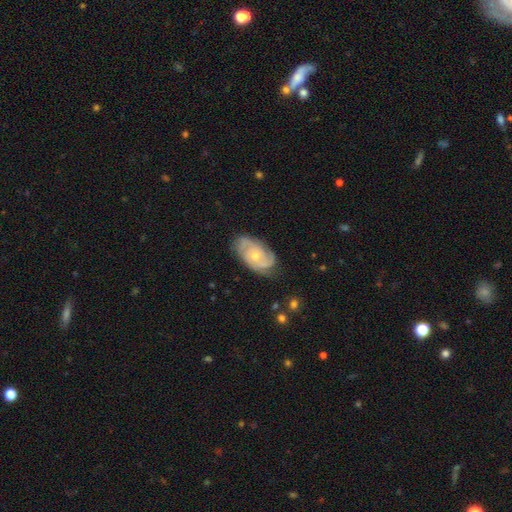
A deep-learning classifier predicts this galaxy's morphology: featured or disk 83%, smooth 12%, star or artifact 5%. Down the decision tree: edge-on disk — no (96%); bar — no (73%); spiral arms — yes (96%); spiral arm count — 2 (36%); spiral winding — tight (59%); bulge size — small (54%); merging — none (75%).